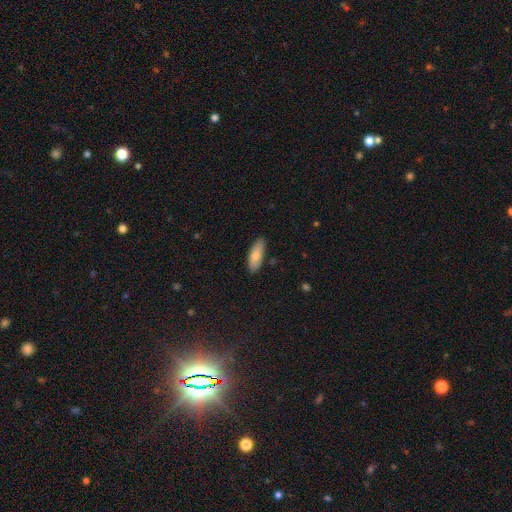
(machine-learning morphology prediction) A smooth galaxy with no disk features (80%) that is in between round and cigar-shaped (71%).

Vote fractions:
- Smooth or featured? smooth: 80% / featured or disk: 13% / star or artifact: 6%
- How rounded? in between: 71% / cigar-shaped: 27% / round: 2%
- Merging? none: 85% / minor disturbance: 12% / major disturbance: 2% / merger: 1%